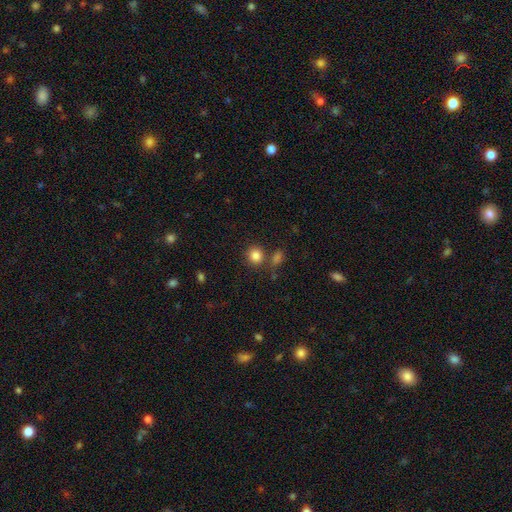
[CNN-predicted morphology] This appears to be a smooth galaxy with no disk features (84%) that is round (86%). Merging: none (75%).